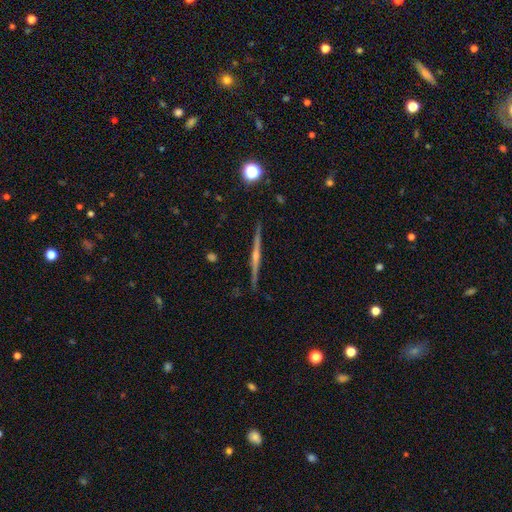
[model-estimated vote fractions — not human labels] Morphology: type=featured or disk (83%); edge-on=yes (99%); edge-on bulge=rounded (82%); merging=none (91%).